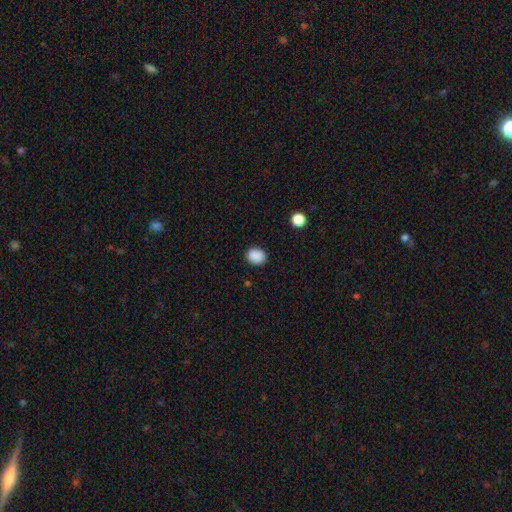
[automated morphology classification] smooth_or_featured: smooth (p=0.89) [alt: star or artifact p=0.09]
how_rounded: in between (p=0.50) [tied with: round p=0.50]
merging: none (p=0.87) [alt: minor disturbance p=0.09]